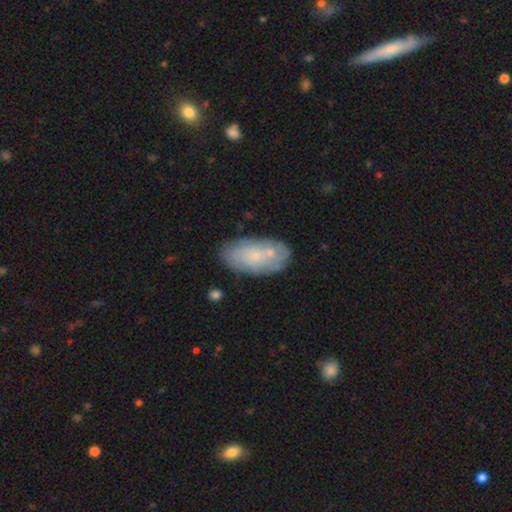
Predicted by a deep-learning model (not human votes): smooth 52%, featured or disk 41%, star or artifact 7%. Down the decision tree: how rounded — in between (93%); merging — none (66%).